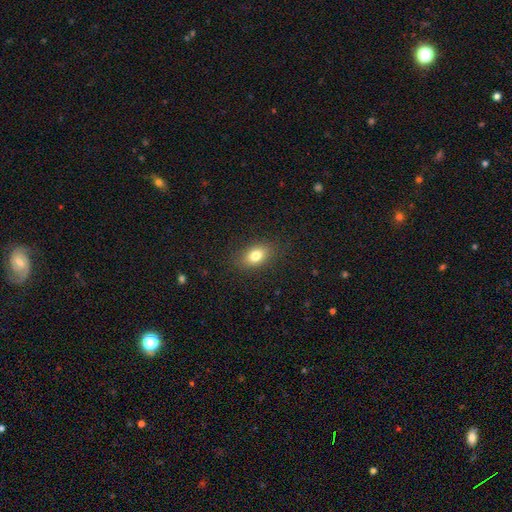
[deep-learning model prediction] smooth_or_featured: smooth (p=0.80) [alt: star or artifact p=0.10]
how_rounded: in between (p=0.80) [alt: round p=0.18]
merging: none (p=0.86) [alt: minor disturbance p=0.10]